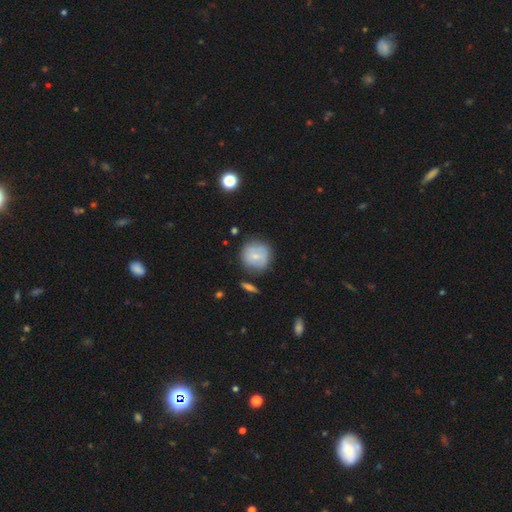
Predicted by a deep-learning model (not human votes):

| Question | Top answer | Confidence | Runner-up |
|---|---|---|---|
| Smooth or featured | smooth | 68% | featured or disk (24%) |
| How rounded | round | 92% | in between (7%) |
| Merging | none | 76% | minor disturbance (16%) |